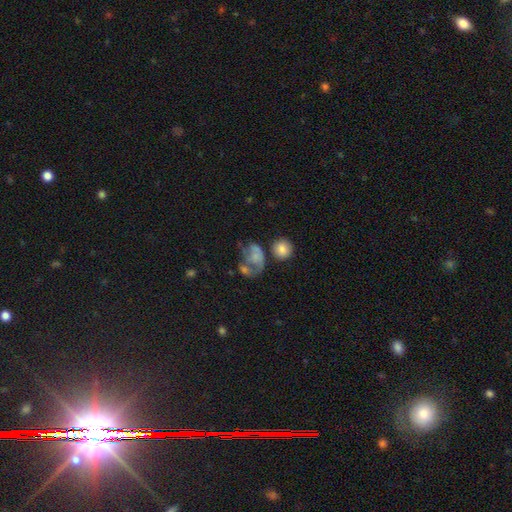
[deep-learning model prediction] The model was most divided on "smooth or featured": smooth: 48%, featured or disk: 41%, star or artifact: 12%. Remaining: merging — major disturbance (37%).